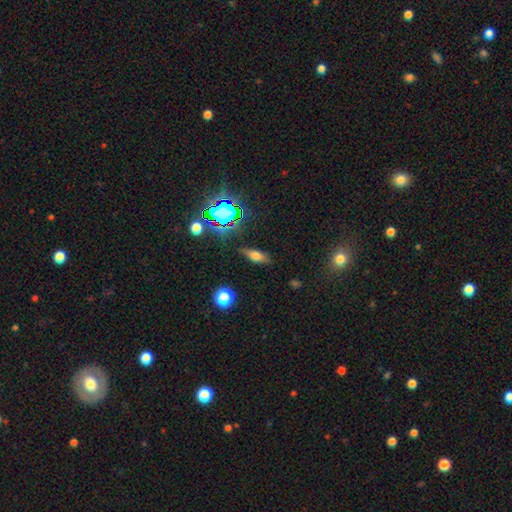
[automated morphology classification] smooth_or_featured: smooth (p=0.60) [alt: featured or disk p=0.23]
how_rounded: in between (p=0.65) [alt: cigar-shaped p=0.28]
merging: none (p=0.82) [alt: minor disturbance p=0.12]